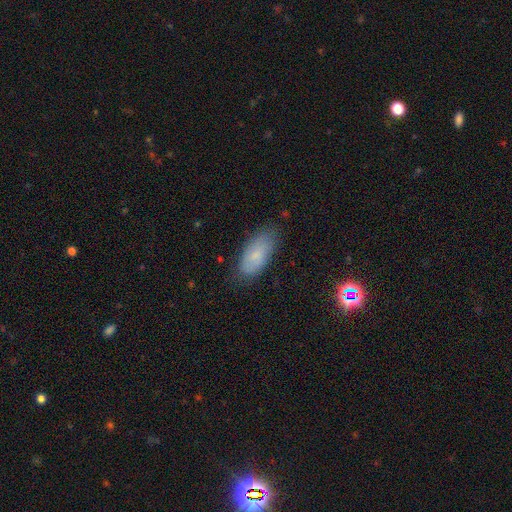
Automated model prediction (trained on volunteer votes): This is likely a smooth galaxy (74%). How rounded: clearly in between (88%). Merging: likely none (74%).